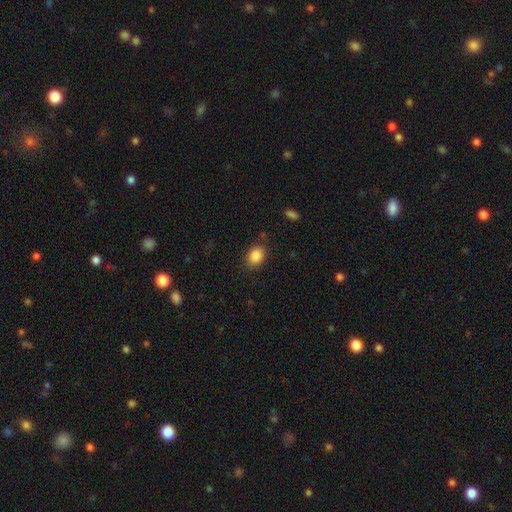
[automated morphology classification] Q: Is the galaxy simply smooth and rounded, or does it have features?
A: smooth — 86%.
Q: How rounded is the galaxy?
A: in between — 65%.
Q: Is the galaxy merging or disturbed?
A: none — 83%.